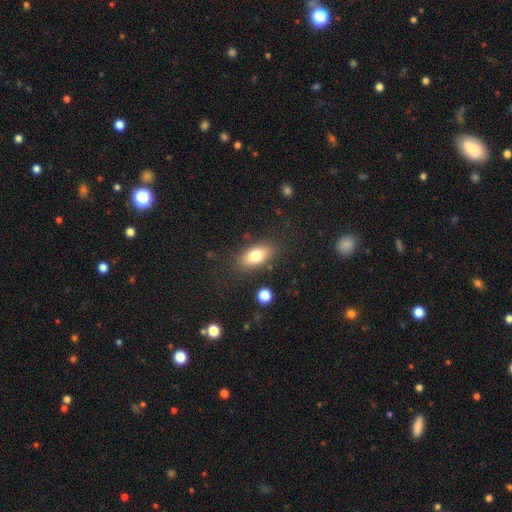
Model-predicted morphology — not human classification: This is likely a smooth galaxy (77%). How rounded: clearly in between (87%). Merging: clearly none (82%).